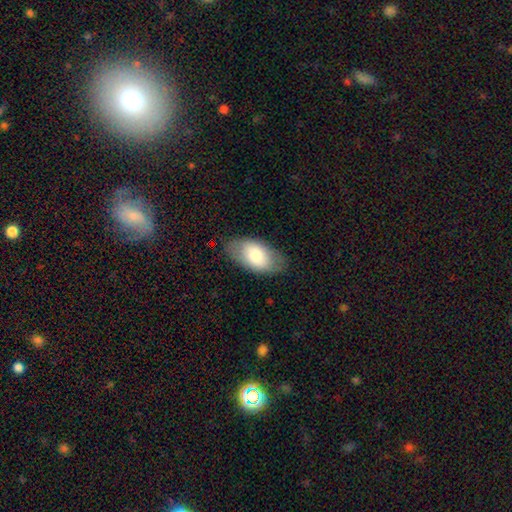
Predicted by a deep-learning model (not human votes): A smooth galaxy with no disk features (76%) that is in between round and cigar-shaped (94%).

Vote fractions:
- Smooth or featured? smooth: 76% / featured or disk: 18% / star or artifact: 6%
- How rounded? in between: 94% / round: 4% / cigar-shaped: 2%
- Merging? none: 79% / minor disturbance: 16% / major disturbance: 4% / merger: 1%